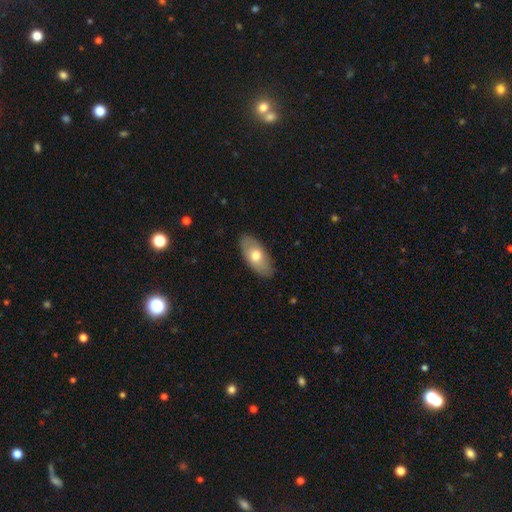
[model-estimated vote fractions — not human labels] A smooth galaxy with no disk features (64%) that is in between round and cigar-shaped (90%).

Vote fractions:
- Smooth or featured? smooth: 64% / featured or disk: 31% / star or artifact: 5%
- How rounded? in between: 90% / cigar-shaped: 6% / round: 3%
- Merging? none: 84% / minor disturbance: 12% / major disturbance: 2% / merger: 1%